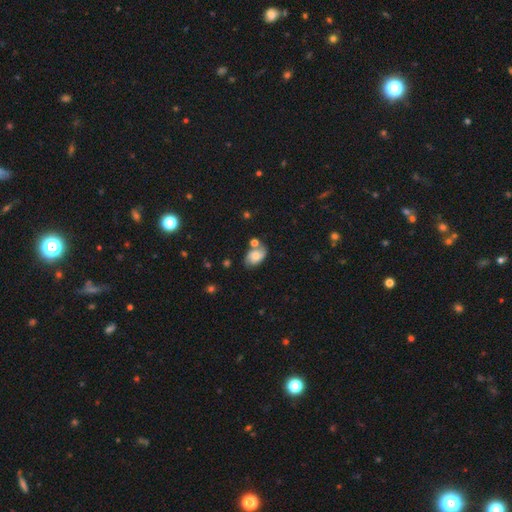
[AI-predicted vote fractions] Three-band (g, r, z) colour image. It shows a featured or disk galaxy (46%). Merging: none (55%).